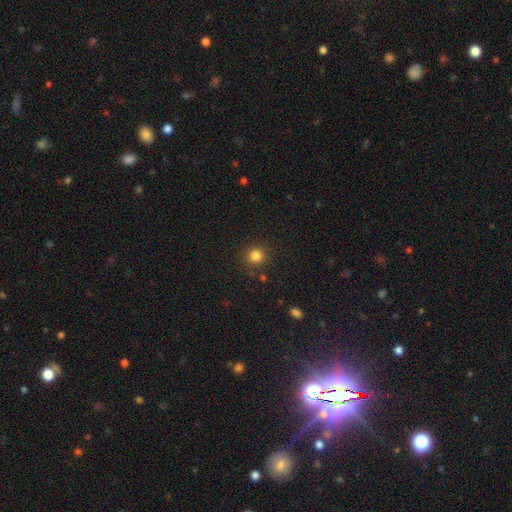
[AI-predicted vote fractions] smooth-or-featured: smooth: 83% | star or artifact: 13% | featured or disk: 4%
  how-rounded: round: 92% | in between: 7% | cigar-shaped: 1%
  merging: none: 88% | minor disturbance: 7% | major disturbance: 3% | merger: 3%